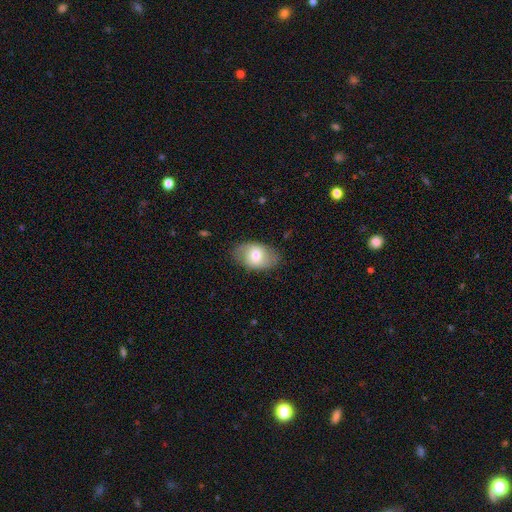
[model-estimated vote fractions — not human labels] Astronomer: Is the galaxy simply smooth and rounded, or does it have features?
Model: smooth — 68%.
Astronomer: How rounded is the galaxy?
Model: in between — 86%.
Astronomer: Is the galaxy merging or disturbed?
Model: none — 81%.